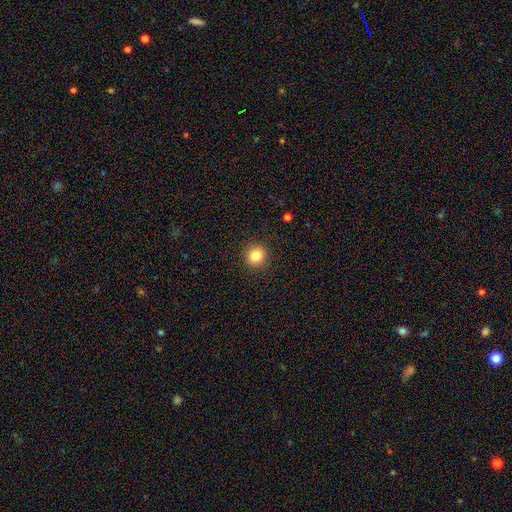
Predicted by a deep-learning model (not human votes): Smooth or featured? smooth (84%)
How rounded? round (91%)
Merging? none (91%)